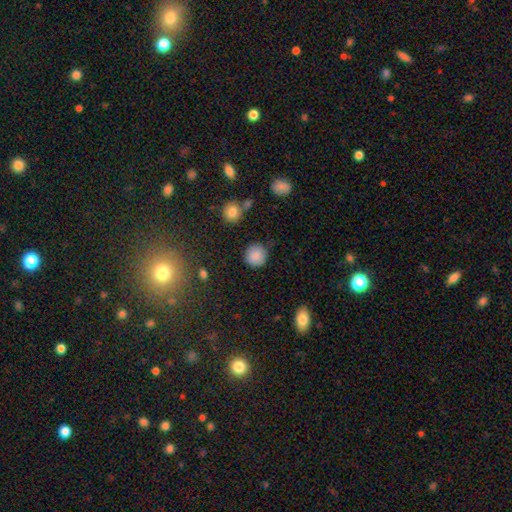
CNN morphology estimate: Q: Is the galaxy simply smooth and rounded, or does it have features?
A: smooth — 86%.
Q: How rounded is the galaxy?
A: round — 92%.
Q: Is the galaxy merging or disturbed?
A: none — 84%.